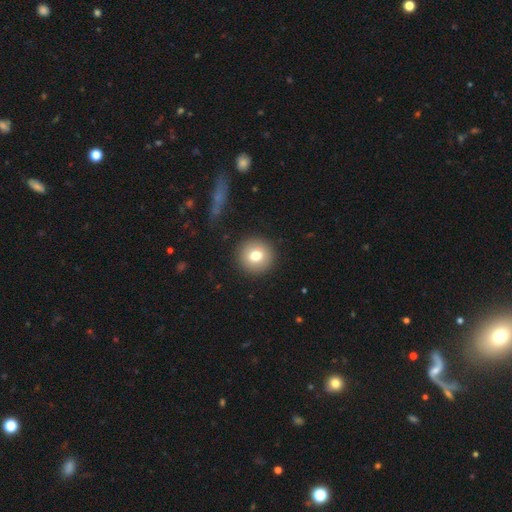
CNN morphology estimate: The model was most divided on "smooth or featured": smooth: 76%, featured or disk: 14%, star or artifact: 10%. More confident: how rounded — round (95%); merging — none (91%).